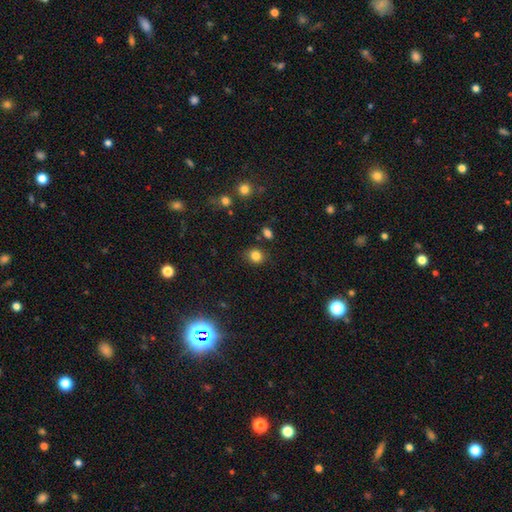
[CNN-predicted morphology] Overall: smooth (82%). How rounded: round (67%; in between 32%). Merging: none (82%).